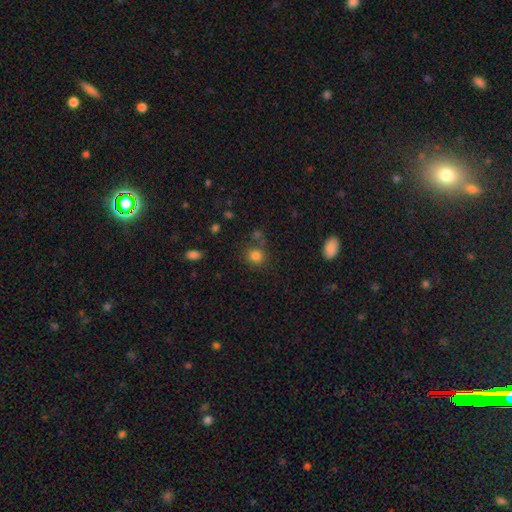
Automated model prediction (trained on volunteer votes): The model was most divided on "merging": none: 74%, minor disturbance: 11%, merger: 10%, major disturbance: 4%. More confident: how rounded — round (85%); smooth or featured — smooth (81%).